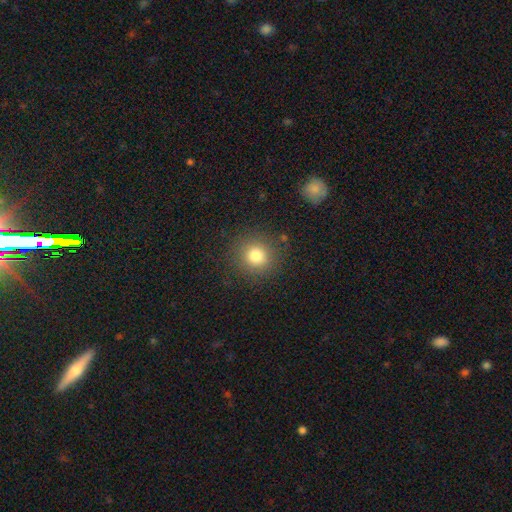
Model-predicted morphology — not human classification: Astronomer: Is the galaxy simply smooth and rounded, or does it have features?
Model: smooth — 79%.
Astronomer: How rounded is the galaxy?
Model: round — 91%.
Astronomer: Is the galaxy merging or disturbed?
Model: none — 87%.